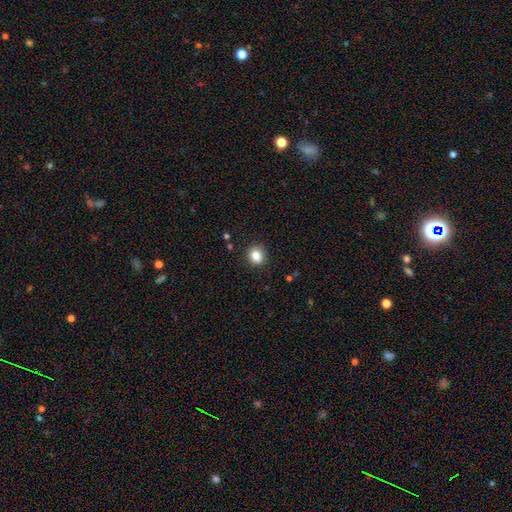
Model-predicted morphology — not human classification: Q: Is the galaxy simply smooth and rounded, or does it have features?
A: smooth — 85%.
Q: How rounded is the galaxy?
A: round — 75%.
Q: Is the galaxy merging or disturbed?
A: none — 89%.